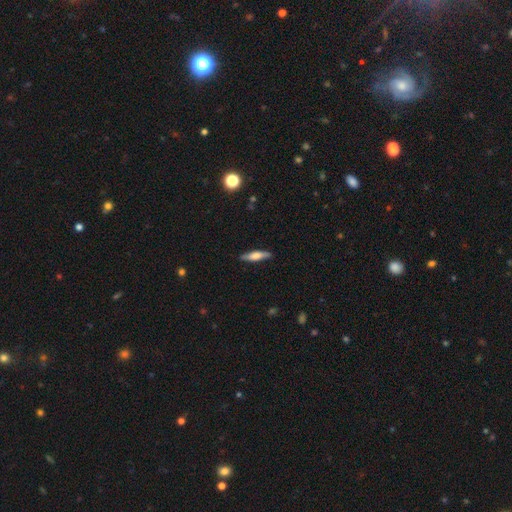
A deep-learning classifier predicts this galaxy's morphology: This appears to be a smooth galaxy with no disk features (57%) that is cigar-shaped (75%). Merging: none (86%).